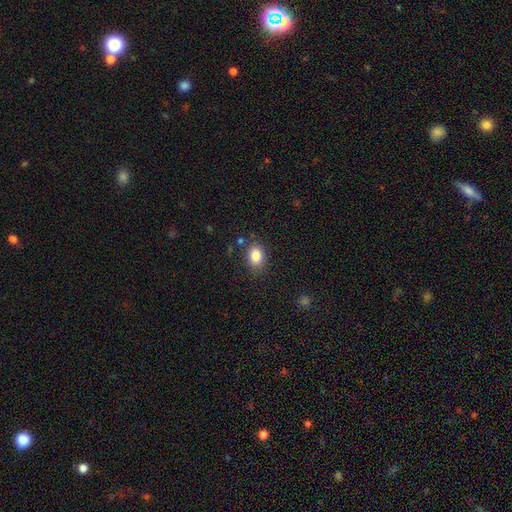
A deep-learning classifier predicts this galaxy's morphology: Overall: smooth (84%). How rounded: in between (67%; round 32%). Merging: none (83%).